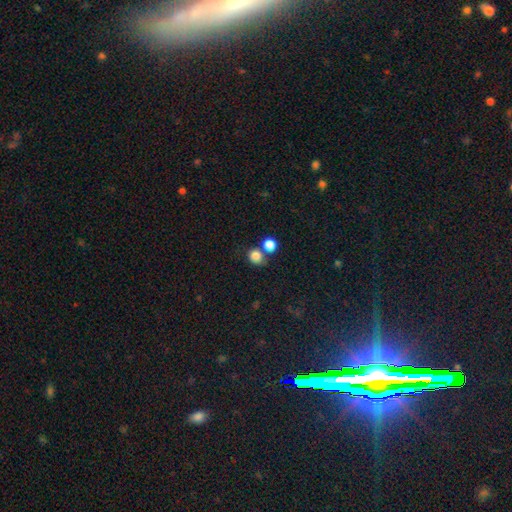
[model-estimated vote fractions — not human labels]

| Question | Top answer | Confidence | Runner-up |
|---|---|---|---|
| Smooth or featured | smooth | 83% | star or artifact (11%) |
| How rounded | round | 78% | in between (21%) |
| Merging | none | 55% | merger (31%) |